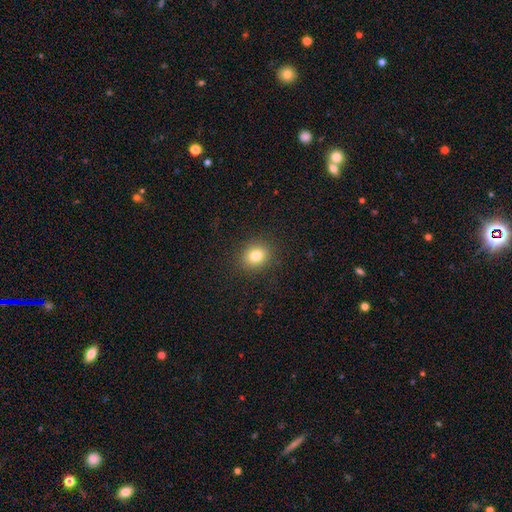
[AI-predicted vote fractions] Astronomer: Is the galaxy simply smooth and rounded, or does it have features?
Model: smooth — 80%.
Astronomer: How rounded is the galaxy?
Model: round — 63%.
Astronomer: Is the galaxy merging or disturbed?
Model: none — 88%.